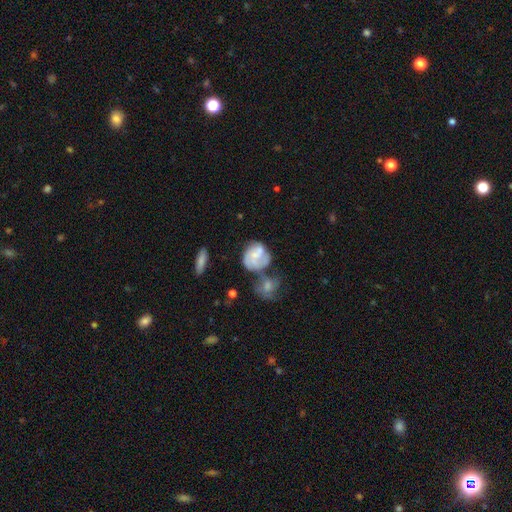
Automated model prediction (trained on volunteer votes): This is likely a featured or disk galaxy (61%). It is clearly not viewed edge-on (98%). Bar: likely no (68%). Spiral arm pattern: likely yes (73%). Central bulge: marginally small (36%). Merging: marginally none (33%, tied with merger).